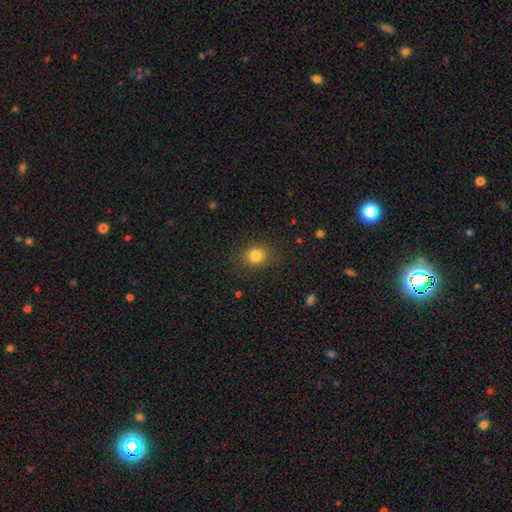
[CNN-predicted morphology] This appears to be a smooth galaxy with no disk features (83%) that is round (75%). Merging: none (86%).